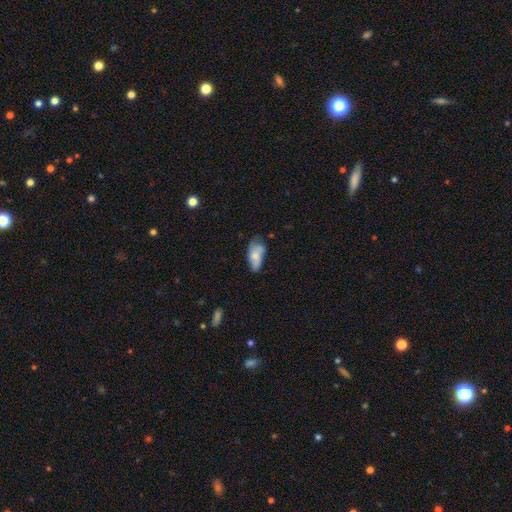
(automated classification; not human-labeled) Morphology: type=smooth (66%); roundness=in between (88%); merging=none (39%).